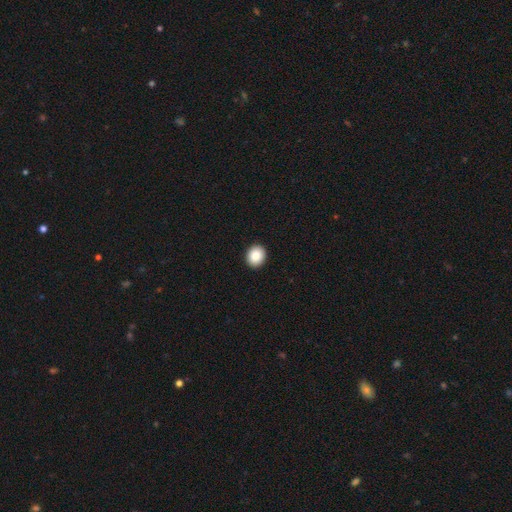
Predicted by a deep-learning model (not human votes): This appears to be a smooth galaxy with no disk features (88%) that is round (71%). Merging: none (92%).